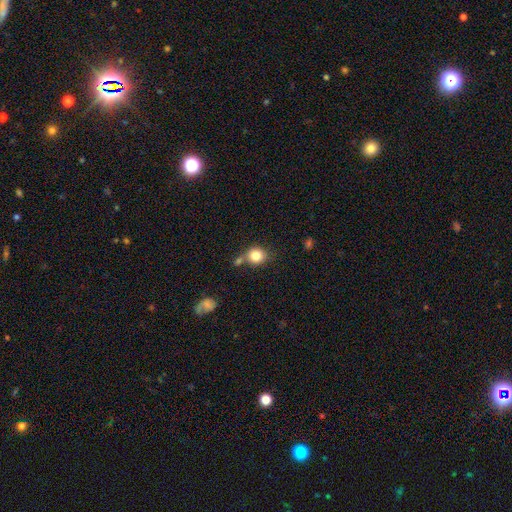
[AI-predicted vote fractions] A smooth galaxy with no disk features (82%) that is round (81%). Merging: none (60%).